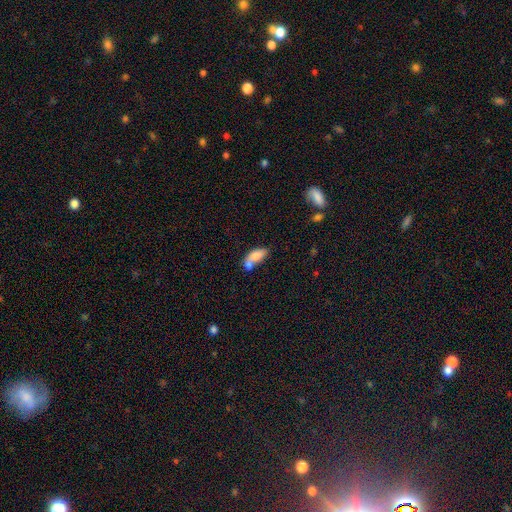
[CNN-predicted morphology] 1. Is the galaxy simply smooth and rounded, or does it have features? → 74% smooth, 17% featured or disk, 8% star or artifact.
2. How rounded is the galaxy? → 82% in between, 14% cigar-shaped, 4% round.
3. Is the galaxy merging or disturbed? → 49% merger, 28% none, 15% minor disturbance, 8% major disturbance.